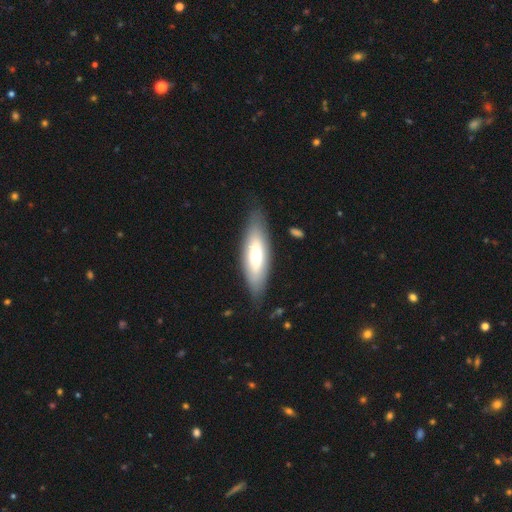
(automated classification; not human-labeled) The model was most divided on "how rounded": in between: 58%, cigar-shaped: 40%, round: 2%. More confident: merging — none (81%); smooth or featured — smooth (61%).